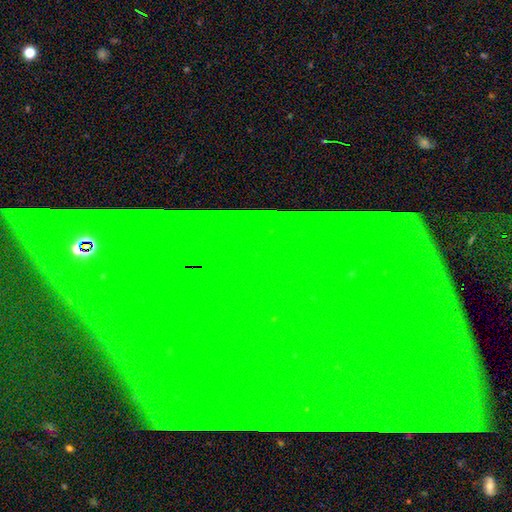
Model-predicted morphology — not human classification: type=star or artifact (84%).